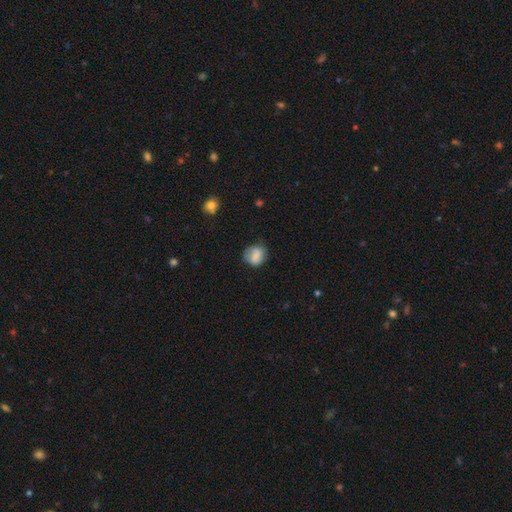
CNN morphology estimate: This is likely a smooth galaxy (76%). How rounded: likely round (66%). Merging: likely none (65%).